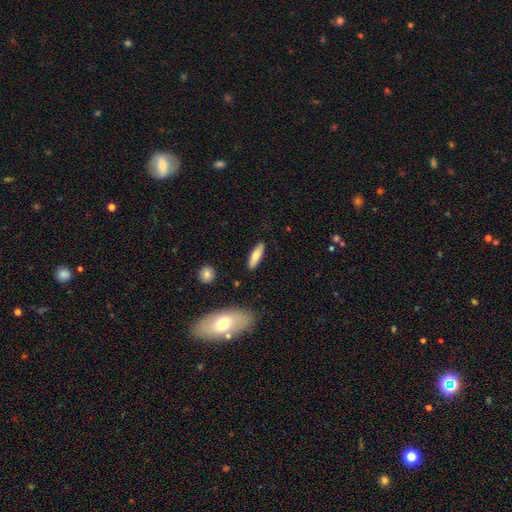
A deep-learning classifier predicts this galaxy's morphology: A smooth galaxy with no disk features (77%) that is cigar-shaped (58%). Merging: none (88%).